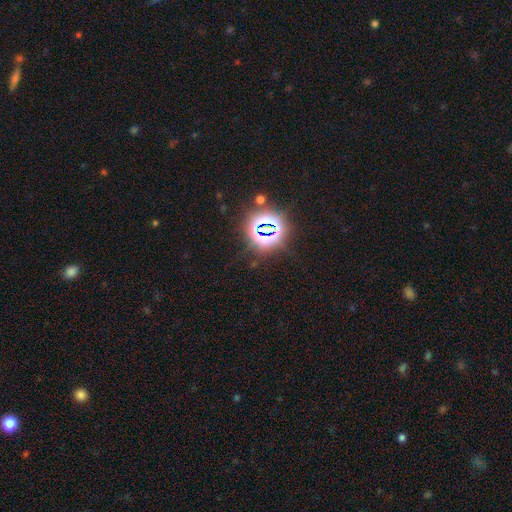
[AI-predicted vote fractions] This appears to be a star or artifact, not a galaxy (80%).